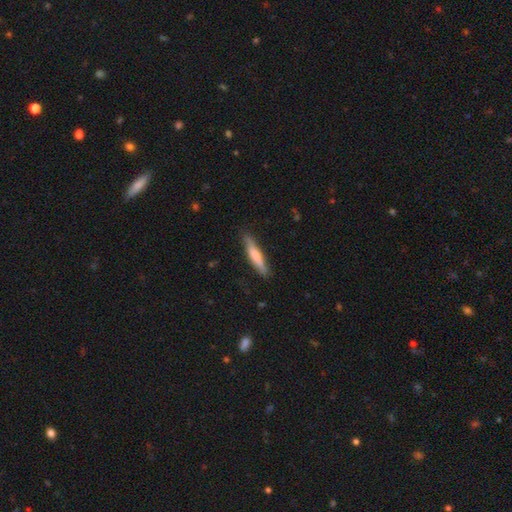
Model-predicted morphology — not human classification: This is likely a smooth galaxy (61%). How rounded: clearly cigar-shaped (89%). Merging: clearly none (85%).